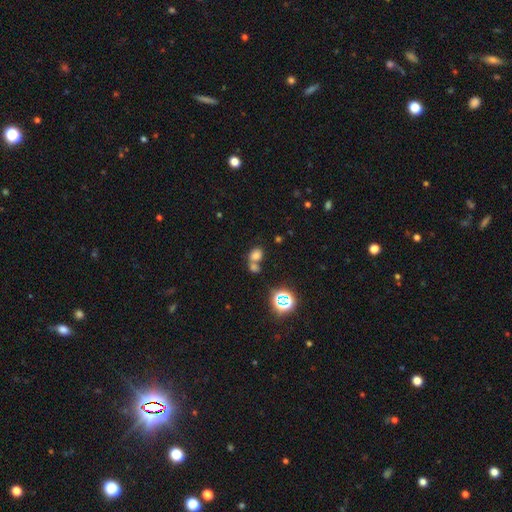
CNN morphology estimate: A smooth galaxy with no disk features (67%) that is in between round and cigar-shaped (54%). Merging: merger (50%).